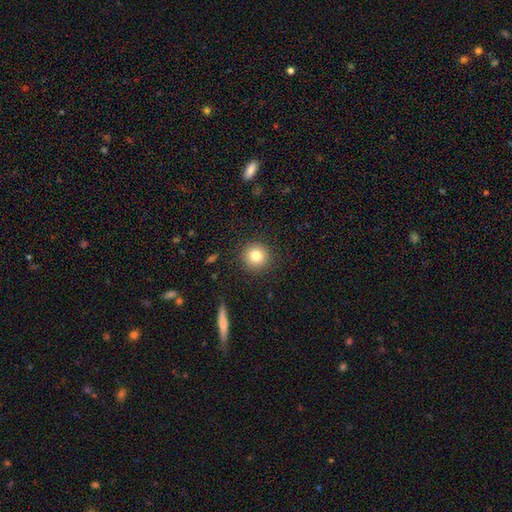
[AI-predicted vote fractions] smooth 81%, star or artifact 11%, featured or disk 9%. Down the decision tree: how rounded — round (95%); merging — none (91%).